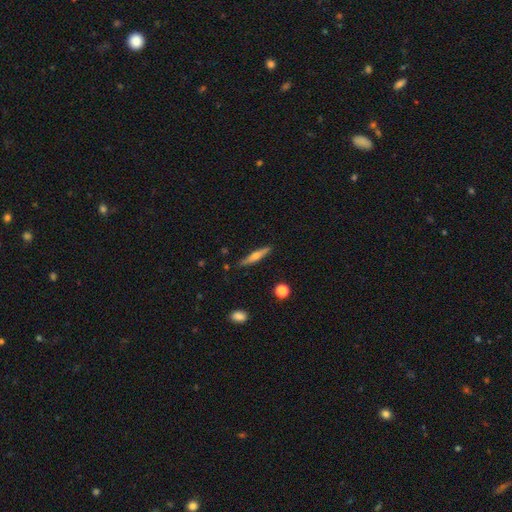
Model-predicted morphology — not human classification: This appears to be a featured or disk galaxy (52%) viewed edge-on (96%). Merging: none (87%).